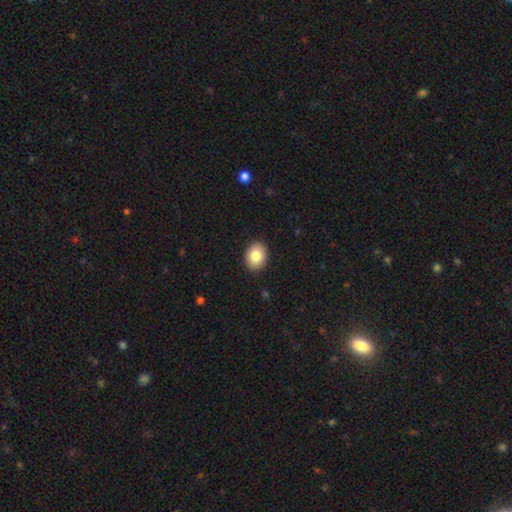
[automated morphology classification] A smooth galaxy with no disk features (83%) that is in between round and cigar-shaped (64%).

Vote fractions:
- Smooth or featured? smooth: 83% / featured or disk: 9% / star or artifact: 8%
- How rounded? in between: 64% / round: 35% / cigar-shaped: 1%
- Merging? none: 90% / minor disturbance: 8% / major disturbance: 2% / merger: 1%